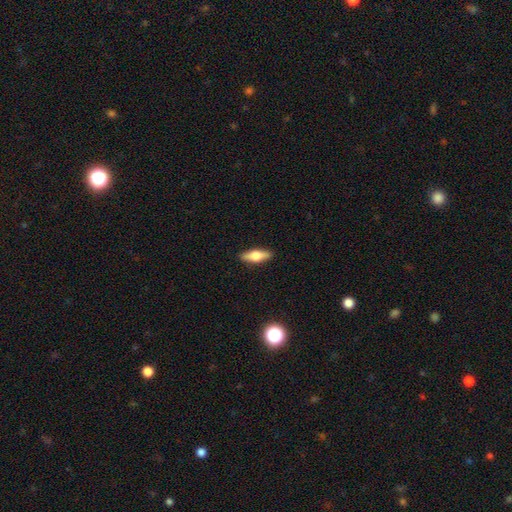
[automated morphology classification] This appears to be a smooth galaxy with no disk features (54%) that is in between round and cigar-shaped (53%). Merging: none (90%).